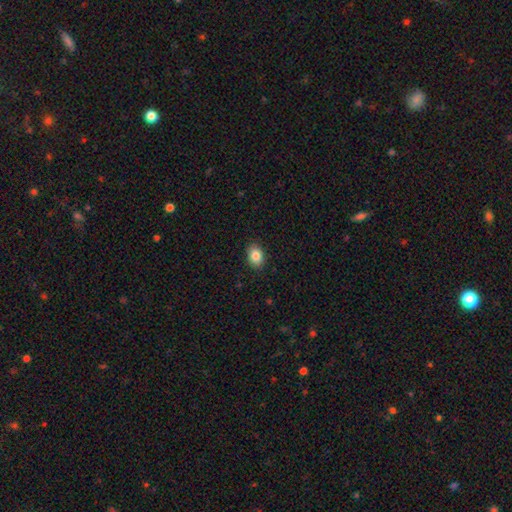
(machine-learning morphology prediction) Smooth or featured: smooth — 85% (star or artifact — 9%)
How rounded: in between — 70% (round — 29%)
Merging: none — 89% (minor disturbance — 8%)